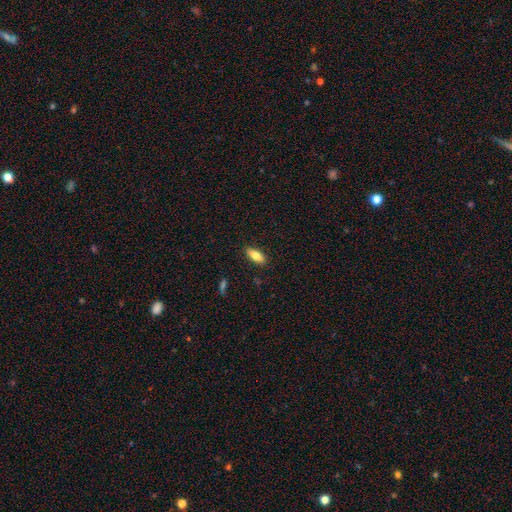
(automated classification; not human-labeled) Smooth or featured? smooth (80%)
How rounded? in between (80%)
Merging? none (87%)